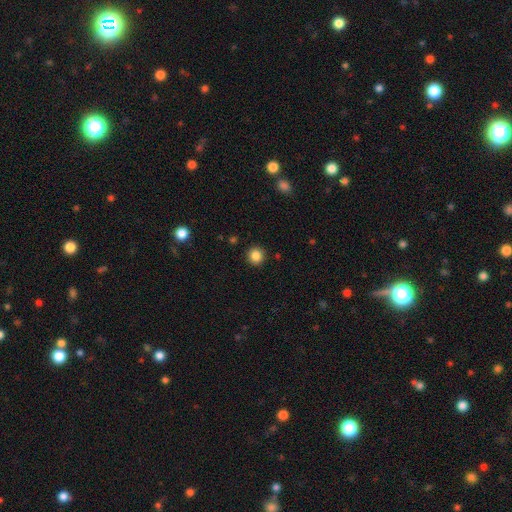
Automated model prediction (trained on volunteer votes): This appears to be a smooth galaxy with no disk features (85%) that is round (92%). Merging: none (92%).